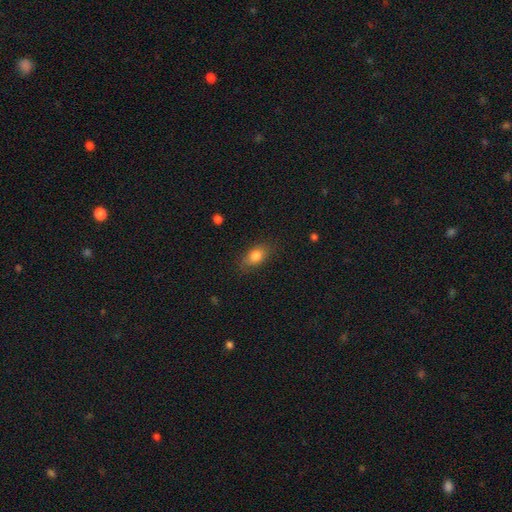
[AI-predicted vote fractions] The model was most divided on "merging": none: 81%, minor disturbance: 14%, major disturbance: 4%, merger: 1%. More confident: how rounded — in between (81%); smooth or featured — smooth (81%).